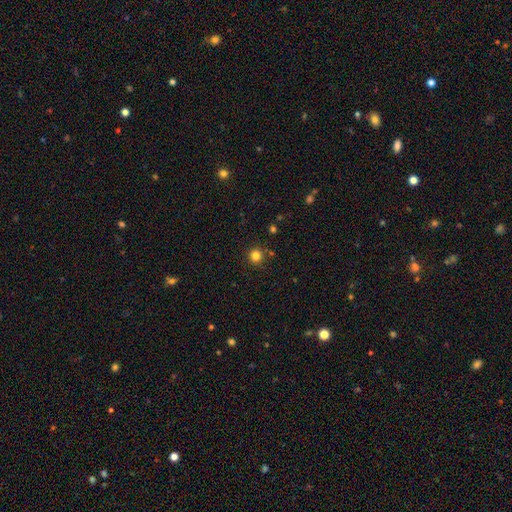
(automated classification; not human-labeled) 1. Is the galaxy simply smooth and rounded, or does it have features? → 82% smooth, 14% star or artifact, 4% featured or disk.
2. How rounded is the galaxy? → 95% round, 4% in between, 1% cigar-shaped.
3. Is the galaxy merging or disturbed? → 88% none, 6% minor disturbance, 3% merger, 2% major disturbance.